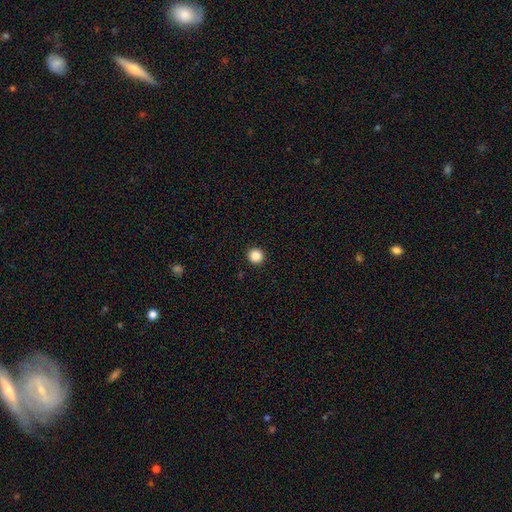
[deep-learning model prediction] Morphology: type=smooth (86%); roundness=round (95%); merging=none (94%).